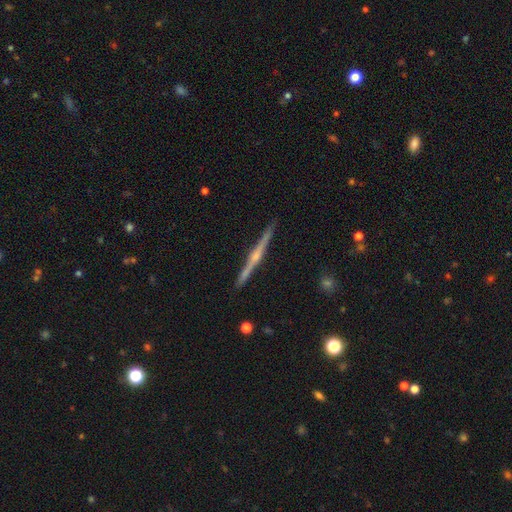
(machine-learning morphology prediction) This is clearly a featured or disk galaxy (81%). It is clearly viewed edge-on (99%). Edge-on bulge: clearly rounded (83%). Merging: clearly none (92%).